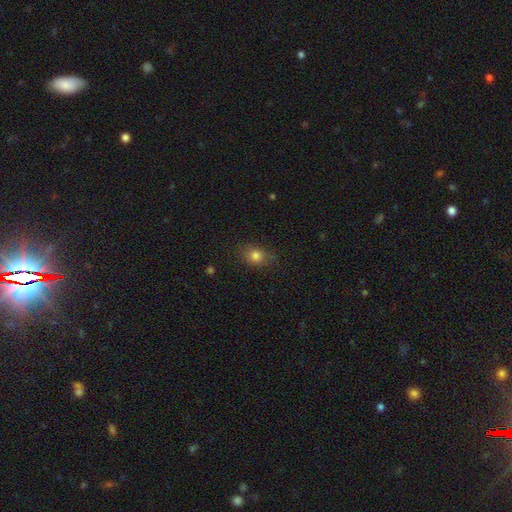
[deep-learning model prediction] smooth 80%, star or artifact 12%, featured or disk 8%. Down the decision tree: how rounded — in between (52%); merging — none (79%).